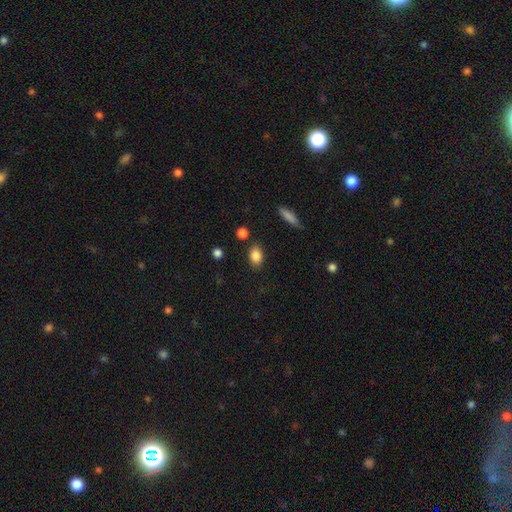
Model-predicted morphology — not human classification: Smooth or featured? smooth (86%)
How rounded? in between (79%)
Merging? none (82%)